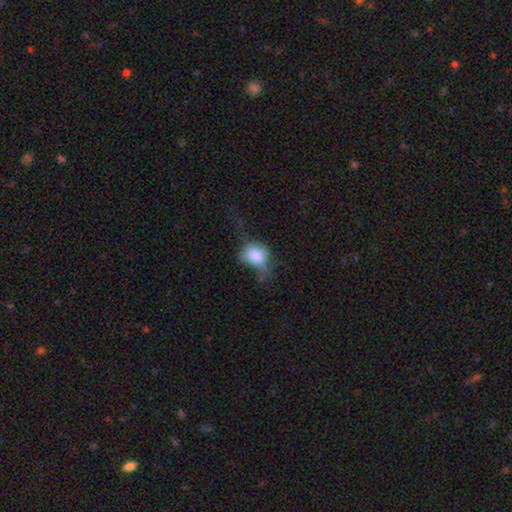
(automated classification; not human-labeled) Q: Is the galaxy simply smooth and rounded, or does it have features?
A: smooth — 74%.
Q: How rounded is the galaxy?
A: in between — 68%.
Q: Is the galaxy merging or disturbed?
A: major disturbance — 39%.